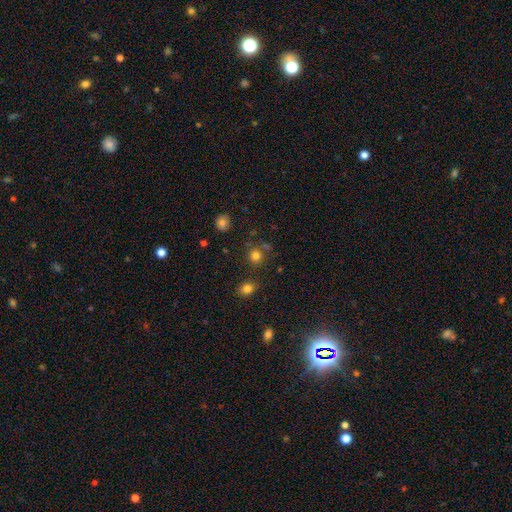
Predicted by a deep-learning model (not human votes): Smooth or featured: smooth — 78% (star or artifact — 16%)
How rounded: round — 88% (in between — 11%)
Merging: none — 76% (minor disturbance — 11%)